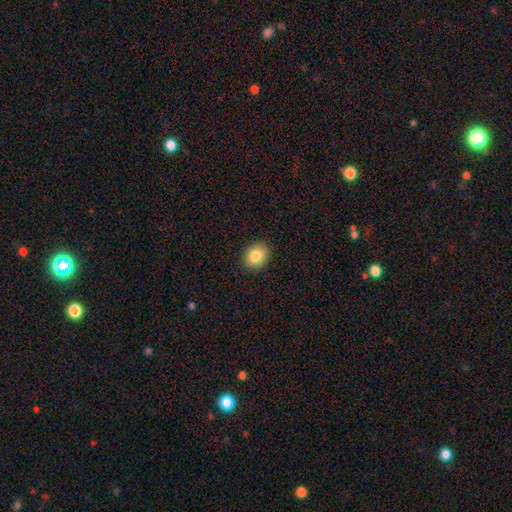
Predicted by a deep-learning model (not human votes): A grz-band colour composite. It shows a smooth galaxy with no disk features (83%) that is round (59%). Merging: none (89%).